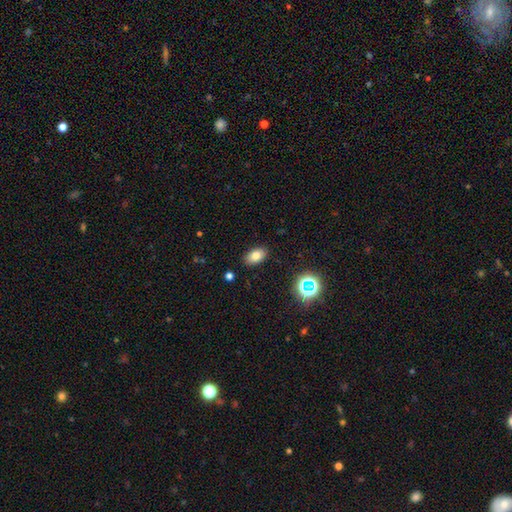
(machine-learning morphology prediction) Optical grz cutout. It shows a smooth galaxy with no disk features (77%) that is in between round and cigar-shaped (90%). Merging: none (87%).